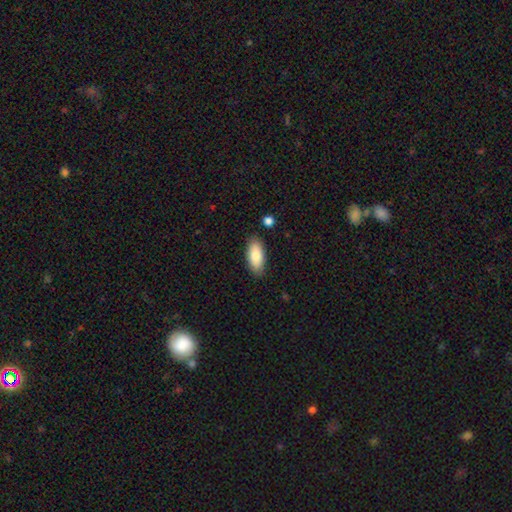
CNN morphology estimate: A smooth galaxy with no disk features (82%) that is in between round and cigar-shaped (86%). Merging: none (85%).